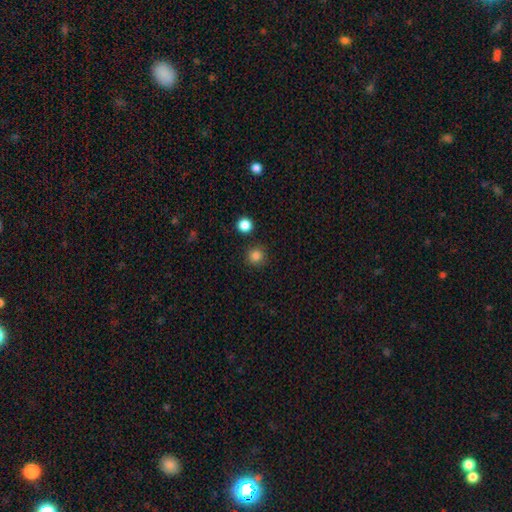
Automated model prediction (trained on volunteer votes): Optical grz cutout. It shows a smooth galaxy with no disk features (84%) that is round (94%). Merging: none (89%).